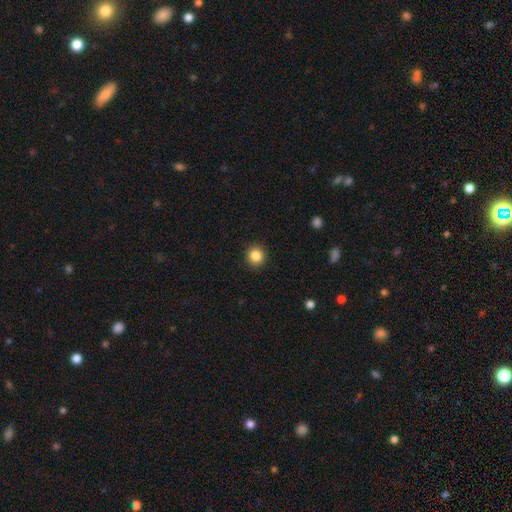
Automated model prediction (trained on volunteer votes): Smooth or featured?
  - smooth: 85% *
  - star or artifact: 11%
  - featured or disk: 4%
How rounded?
  - round: 93% *
  - in between: 6%
  - cigar-shaped: 1%
Merging?
  - none: 92% *
  - minor disturbance: 5%
  - major disturbance: 2%
  - merger: 1%